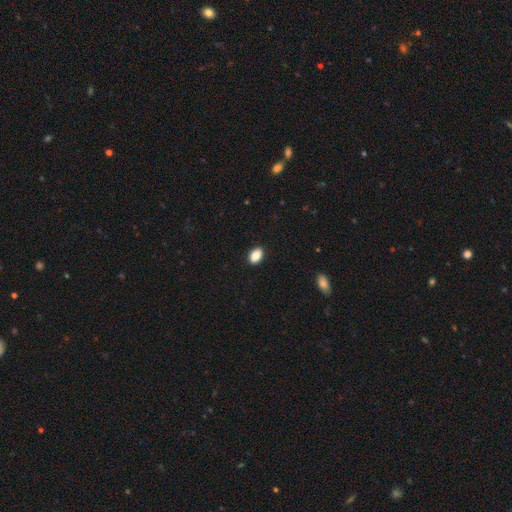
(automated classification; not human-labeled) This is clearly a smooth galaxy (88%). How rounded: clearly in between (87%). Merging: clearly none (90%).